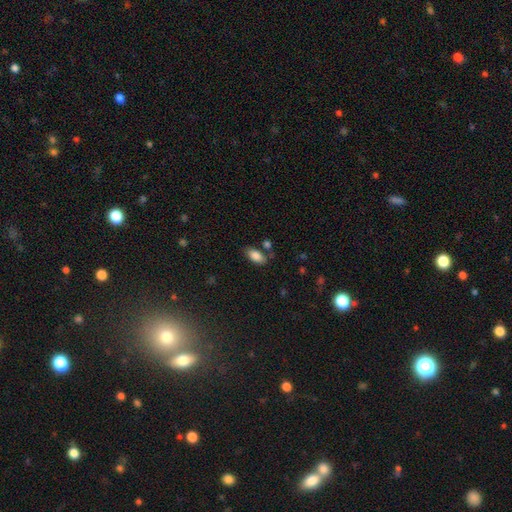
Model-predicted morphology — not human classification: The model was most divided on "merging": none: 73%, minor disturbance: 15%, merger: 9%, major disturbance: 4%. More confident: how rounded — in between (91%); smooth or featured — smooth (84%).